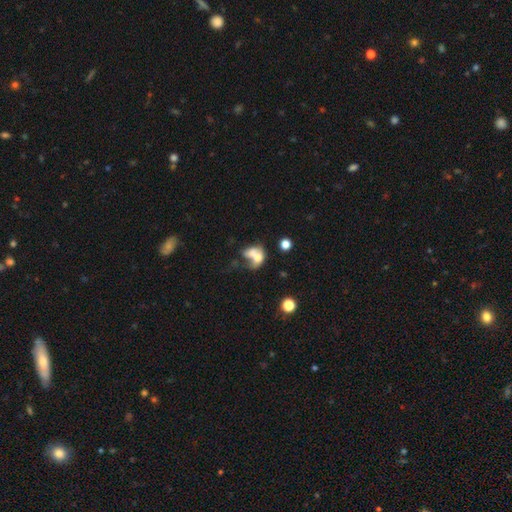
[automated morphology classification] A smooth galaxy with no disk features (57%) that is in between round and cigar-shaped (67%). Merging: merger (63%).